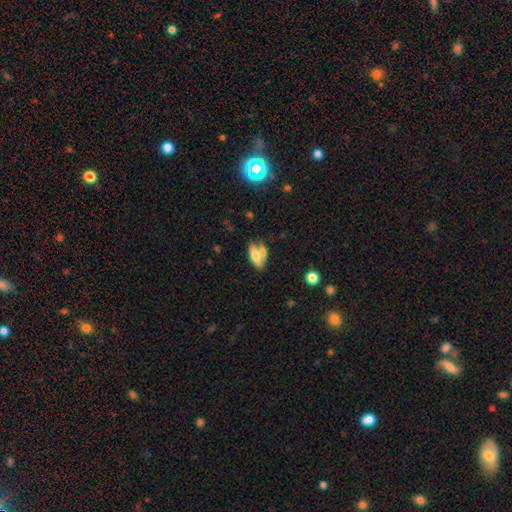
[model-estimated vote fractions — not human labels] Overall: smooth (61%; featured or disk 31%). How rounded: in between (68%). Merging: merger (41%, tied with none).